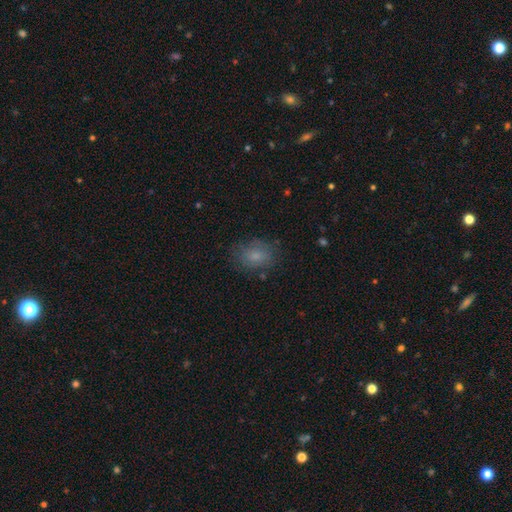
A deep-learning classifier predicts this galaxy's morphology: This is likely a smooth galaxy (73%). How rounded: likely in between (62%). Merging: likely none (76%).